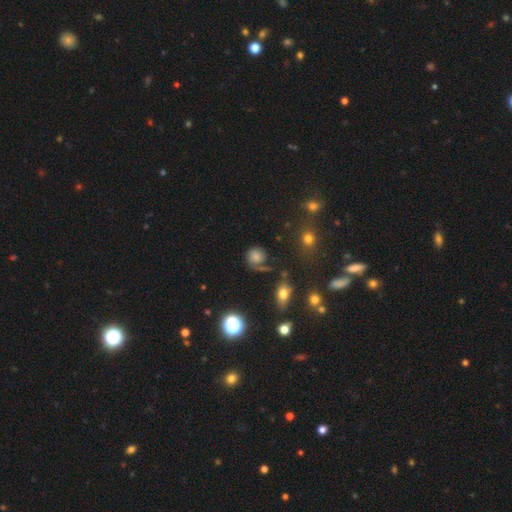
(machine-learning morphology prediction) This appears to be a smooth galaxy with no disk features (61%) that is round (77%). Merging: none (51%).